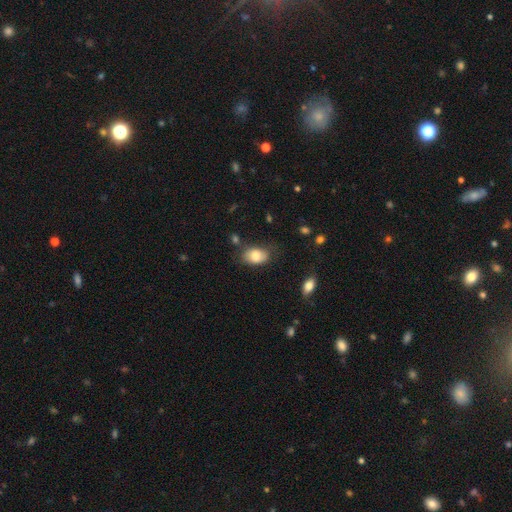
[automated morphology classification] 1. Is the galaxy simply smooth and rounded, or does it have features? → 80% smooth, 13% featured or disk, 7% star or artifact.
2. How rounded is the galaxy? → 88% in between, 11% round, 1% cigar-shaped.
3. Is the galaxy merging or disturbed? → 69% none, 22% minor disturbance, 6% major disturbance, 3% merger.